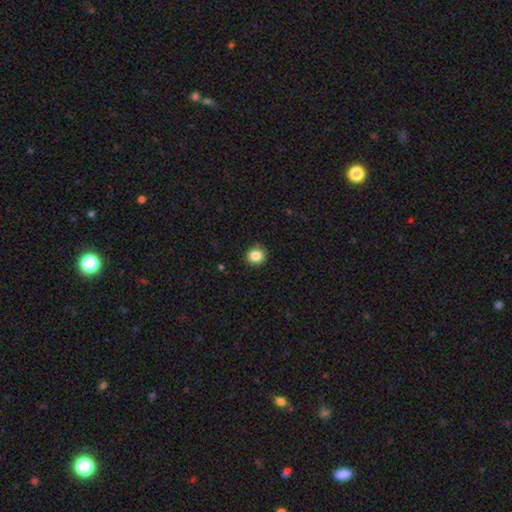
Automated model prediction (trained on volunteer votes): This appears to be a smooth galaxy with no disk features (85%) that is round (86%). Merging: none (88%).